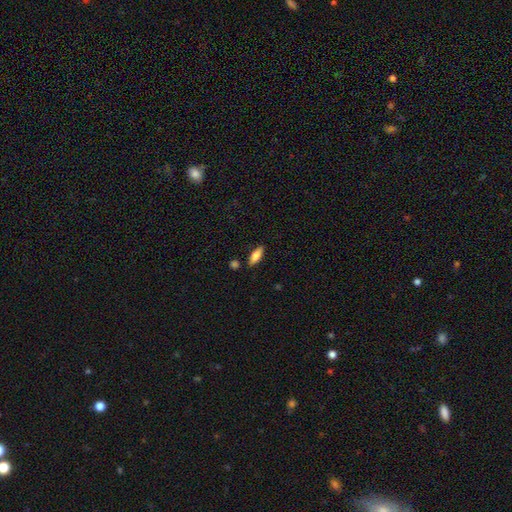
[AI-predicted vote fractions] This is likely a smooth galaxy (74%). How rounded: likely in between (68%). Merging: clearly none (85%).